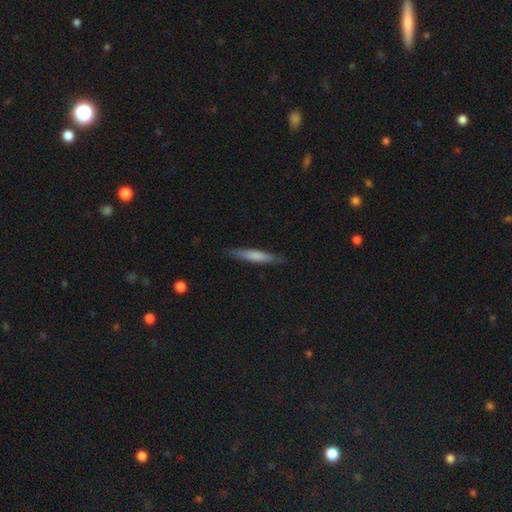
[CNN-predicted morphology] Smooth or featured: smooth — 70% (featured or disk — 25%)
How rounded: cigar-shaped — 89% (in between — 10%)
Merging: none — 87% (minor disturbance — 10%)